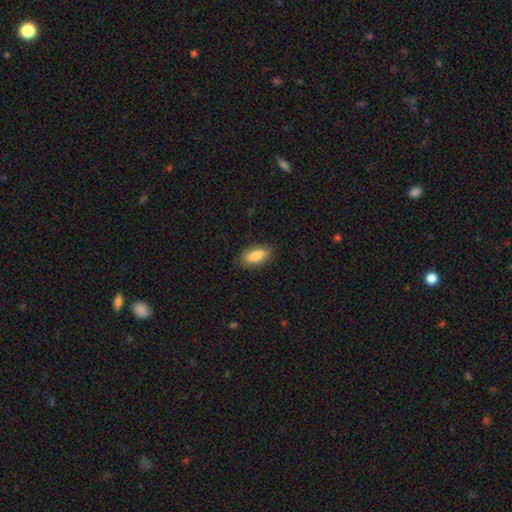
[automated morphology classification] Q: Smooth or featured?
A: smooth (82%); runner-up: featured or disk (11%)
Q: How rounded?
A: in between (85%); runner-up: cigar-shaped (12%)
Q: Merging?
A: none (86%); runner-up: minor disturbance (11%)